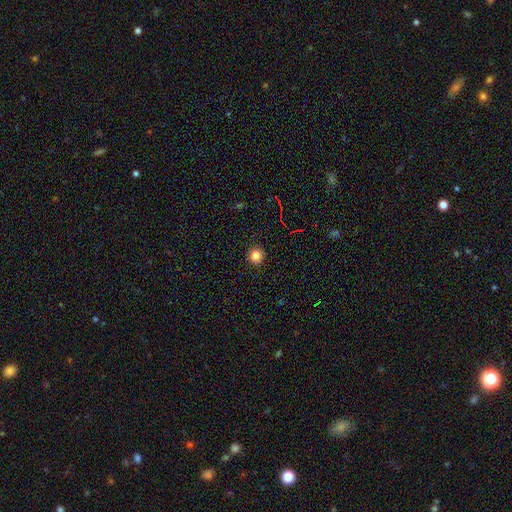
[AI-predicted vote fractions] A smooth galaxy with no disk features (83%) that is round (94%).

Vote fractions:
- Smooth or featured? smooth: 83% / star or artifact: 13% / featured or disk: 4%
- How rounded? round: 94% / in between: 5% / cigar-shaped: 1%
- Merging? none: 91% / minor disturbance: 6% / major disturbance: 2% / merger: 1%